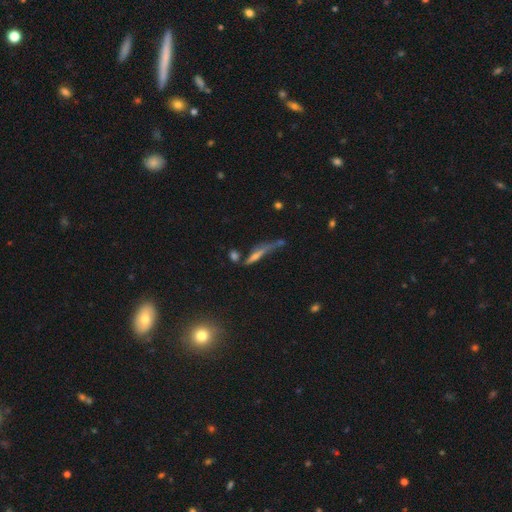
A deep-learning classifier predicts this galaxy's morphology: Smooth or featured? featured or disk (48%)
Merging? none (49%)